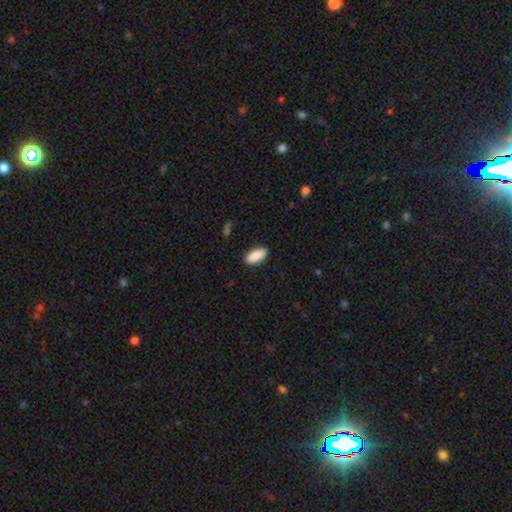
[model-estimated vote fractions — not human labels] Smooth or featured? smooth (90%)
How rounded? in between (87%)
Merging? none (89%)